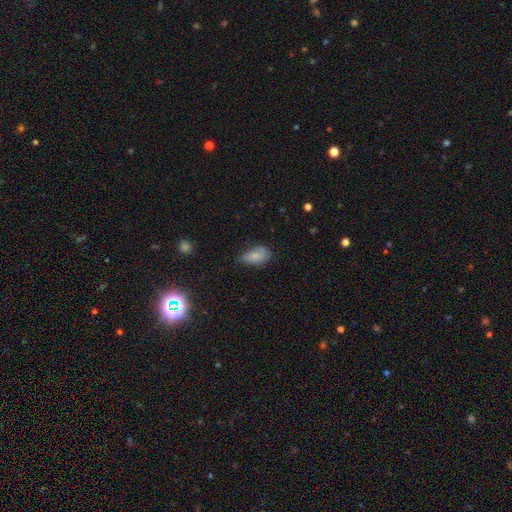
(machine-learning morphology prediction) Smooth or featured? Predicted: smooth (p=0.79). How rounded? Predicted: in between (p=0.91). Merging? Predicted: none (p=0.54).